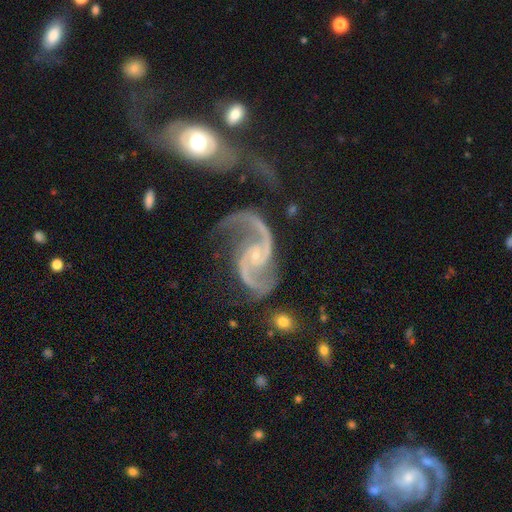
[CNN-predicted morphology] The model was most divided on "spiral winding": medium: 50%, loose: 40%, tight: 11%. More confident: spiral arms — yes (98%); edge-on disk — no (98%); smooth or featured — featured or disk (94%); spiral arm count — 2 (93%); bulge size — small (75%); bar — no (57%); merging — none (53%).